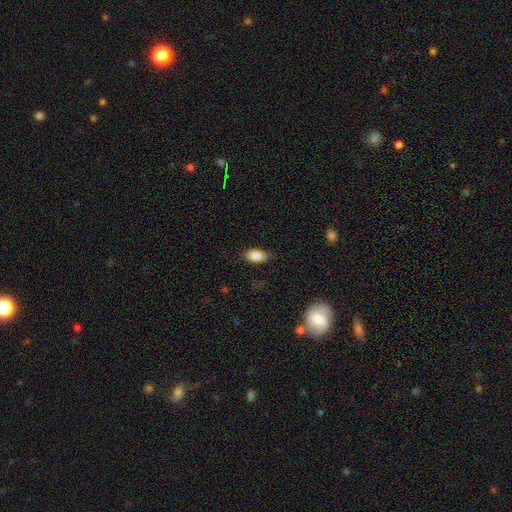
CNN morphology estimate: smooth 83%, featured or disk 10%, star or artifact 7%. Down the decision tree: how rounded — in between (89%); merging — none (83%).